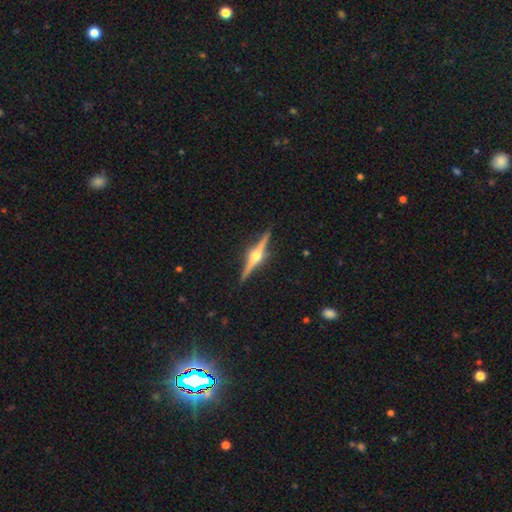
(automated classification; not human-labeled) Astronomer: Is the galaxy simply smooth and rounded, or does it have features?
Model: featured or disk — 87%.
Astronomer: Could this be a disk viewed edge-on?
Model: yes — 98%.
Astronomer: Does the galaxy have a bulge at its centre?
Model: rounded — 96%.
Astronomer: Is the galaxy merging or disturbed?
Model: none — 91%.